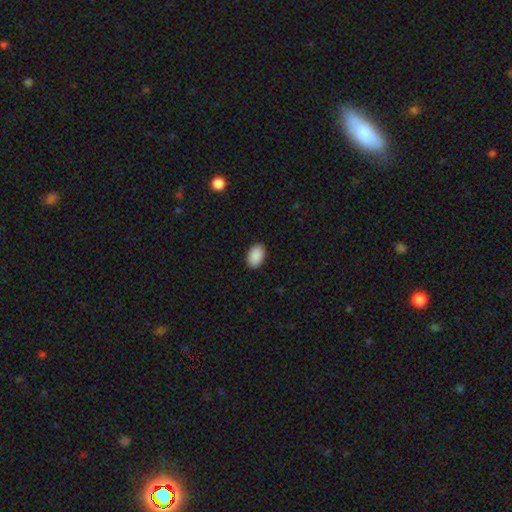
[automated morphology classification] The model was most divided on "how rounded": in between: 90%, round: 9%, cigar-shaped: 1%. More confident: smooth or featured — smooth (91%); merging — none (90%).